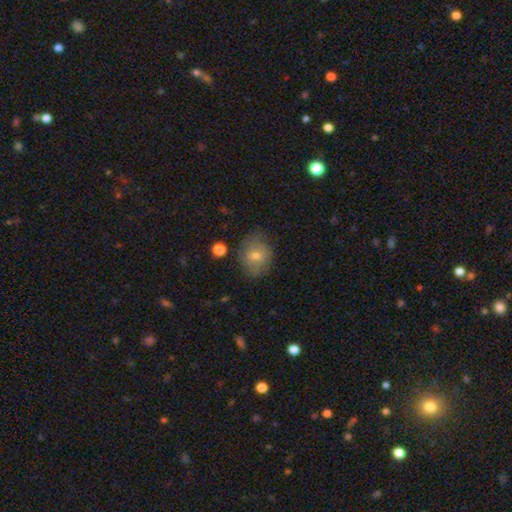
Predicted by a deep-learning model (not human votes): A smooth galaxy with no disk features (59%) that is round (62%).

Vote fractions:
- Smooth or featured? smooth: 59% / featured or disk: 29% / star or artifact: 11%
- How rounded? round: 62% / in between: 37% / cigar-shaped: 1%
- Merging? none: 72% / minor disturbance: 20% / major disturbance: 6% / merger: 2%